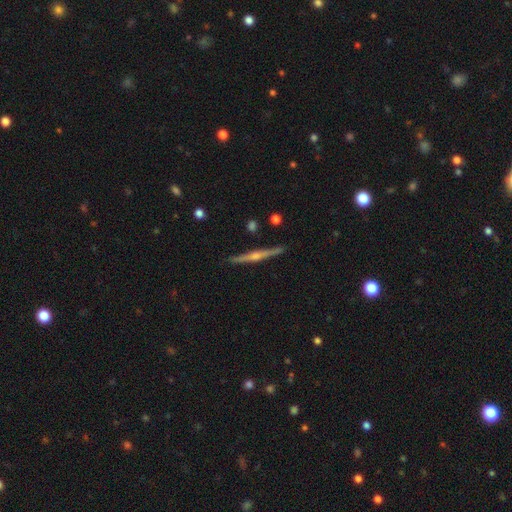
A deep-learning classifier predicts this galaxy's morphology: A featured or disk galaxy (77%) viewed edge-on (98%) with a rounded central bulge (81%).

Vote fractions:
- Smooth or featured? featured or disk: 77% / smooth: 16% / star or artifact: 7%
- Edge-on disk? yes: 98% / no: 2%
- Edge-on bulge? rounded: 81% / none: 11% / boxy: 7%
- Merging? none: 89% / minor disturbance: 8% / major disturbance: 2% / merger: 2%